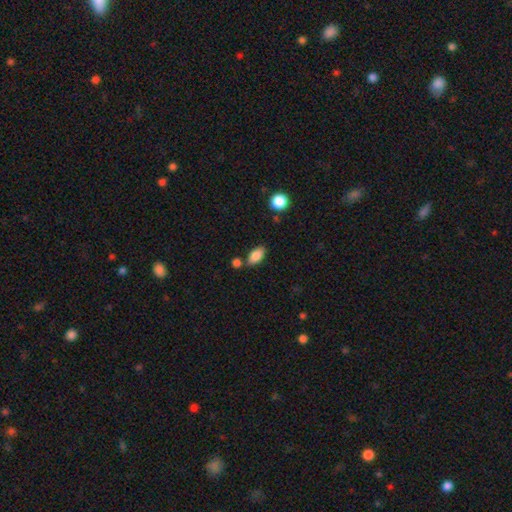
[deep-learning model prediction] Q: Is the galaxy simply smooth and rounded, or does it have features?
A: smooth — 84%.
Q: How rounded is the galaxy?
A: in between — 90%.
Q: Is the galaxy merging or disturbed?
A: none — 73%.